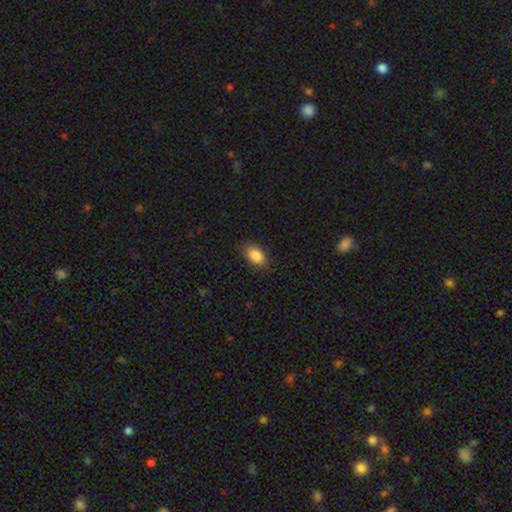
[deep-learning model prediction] Smooth or featured? Predicted: smooth (p=0.86). How rounded? Predicted: in between (p=0.89). Merging? Predicted: none (p=0.84).